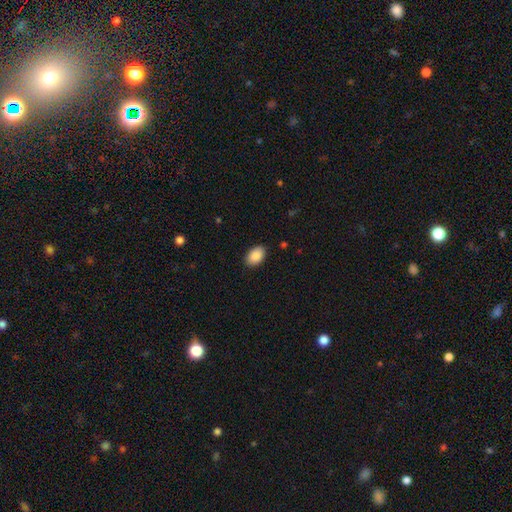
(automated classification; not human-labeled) Q: Smooth or featured?
A: smooth (90%); runner-up: star or artifact (7%)
Q: How rounded?
A: in between (88%); runner-up: round (10%)
Q: Merging?
A: none (87%); runner-up: minor disturbance (10%)